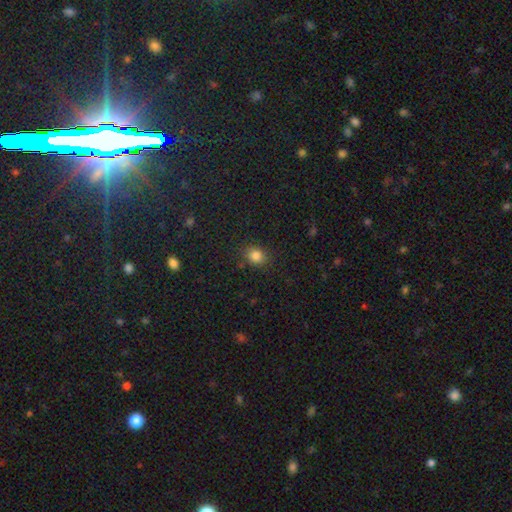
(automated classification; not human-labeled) Smooth or featured? Predicted: smooth (p=0.82). How rounded? Predicted: round (p=0.62). Merging? Predicted: none (p=0.84).